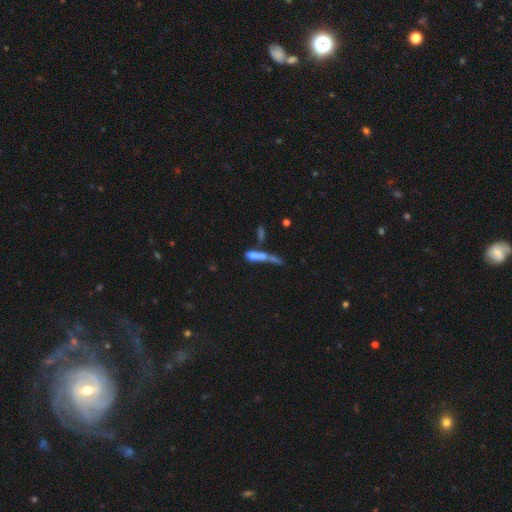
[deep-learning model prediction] Smooth or featured?
  - smooth: 48% *
  - featured or disk: 38%
  - star or artifact: 14%
Merging?
  - merger: 51% *
  - major disturbance: 20%
  - none: 19%
  - minor disturbance: 10%